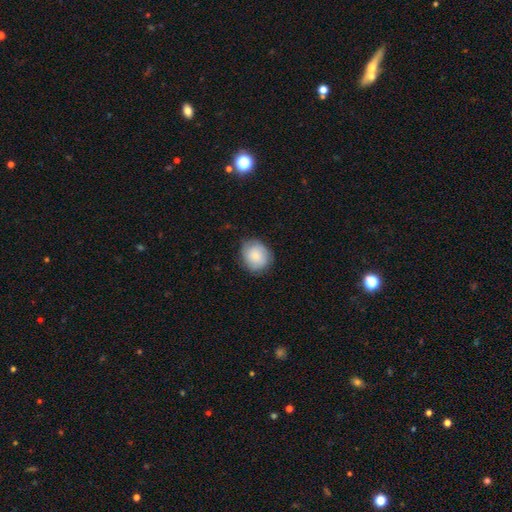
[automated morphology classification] smooth-or-featured: smooth: 79% | featured or disk: 15% | star or artifact: 7%
  how-rounded: round: 65% | in between: 34% | cigar-shaped: 1%
  merging: none: 78% | minor disturbance: 17% | major disturbance: 4% | merger: 1%